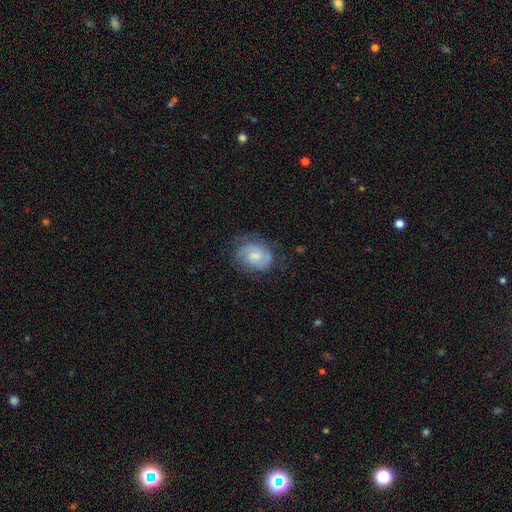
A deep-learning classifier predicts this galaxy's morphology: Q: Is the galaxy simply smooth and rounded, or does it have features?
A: featured or disk — 59%.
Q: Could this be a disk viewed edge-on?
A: no — 97%.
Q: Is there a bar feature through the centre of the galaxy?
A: weak — 50%.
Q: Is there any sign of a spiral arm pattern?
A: yes — 86%.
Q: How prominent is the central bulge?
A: moderate — 42%.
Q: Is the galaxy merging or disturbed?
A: none — 65%.